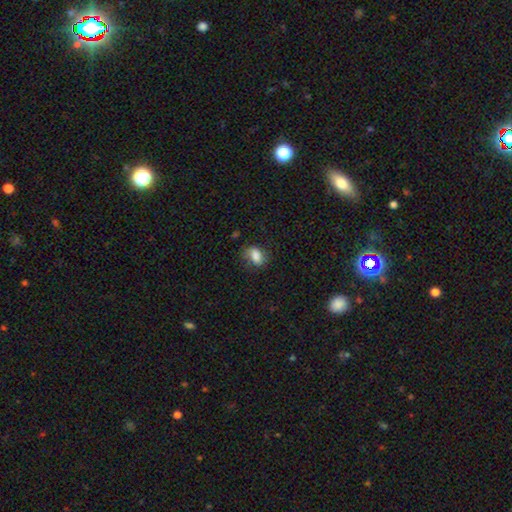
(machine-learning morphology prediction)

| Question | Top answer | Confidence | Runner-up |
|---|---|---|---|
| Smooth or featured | smooth | 78% | featured or disk (13%) |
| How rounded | in between | 82% | round (16%) |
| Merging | none | 66% | minor disturbance (23%) |